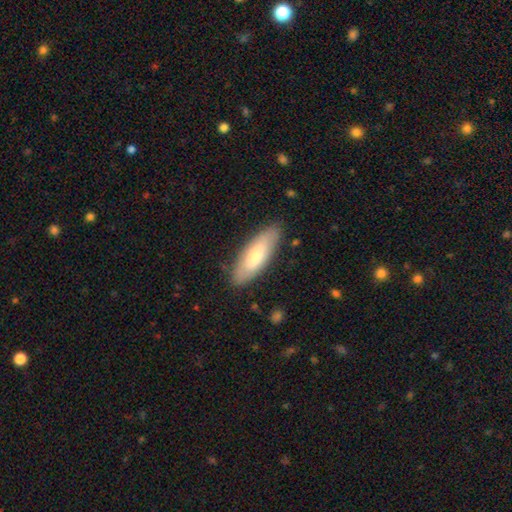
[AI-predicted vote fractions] Morphology: type=smooth (68%); roundness=in between (62%); merging=none (84%).